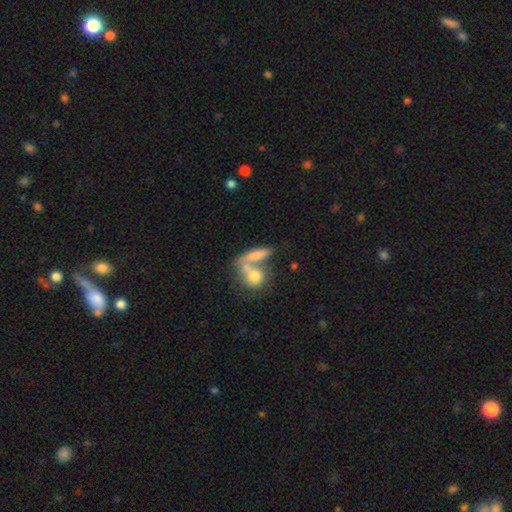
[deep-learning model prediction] A smooth galaxy with no disk features (71%) that is in between round and cigar-shaped (52%). Merging: merger (54%).